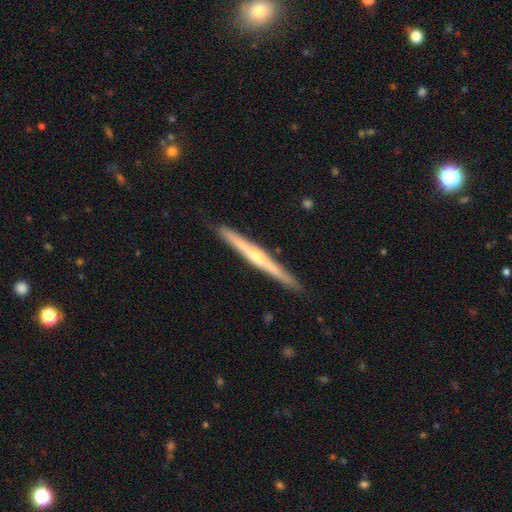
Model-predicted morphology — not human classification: type=featured or disk (76%); edge-on=yes (98%); edge-on bulge=rounded (76%); merging=none (91%).